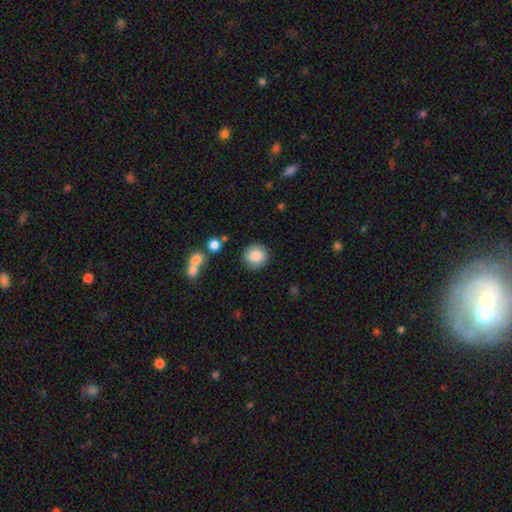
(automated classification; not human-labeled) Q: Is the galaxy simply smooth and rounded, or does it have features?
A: smooth — 86%.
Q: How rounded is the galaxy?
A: round — 91%.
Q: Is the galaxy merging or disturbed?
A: none — 86%.